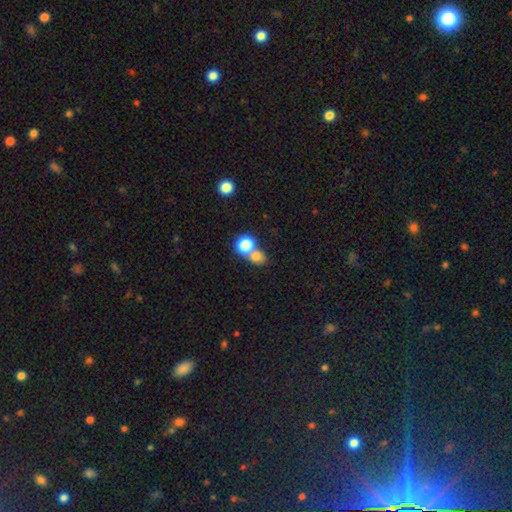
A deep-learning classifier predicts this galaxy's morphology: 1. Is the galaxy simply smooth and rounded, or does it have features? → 76% smooth, 13% star or artifact, 10% featured or disk.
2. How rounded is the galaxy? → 68% round, 31% in between, 1% cigar-shaped.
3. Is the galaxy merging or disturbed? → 53% merger, 37% none, 7% minor disturbance, 4% major disturbance.